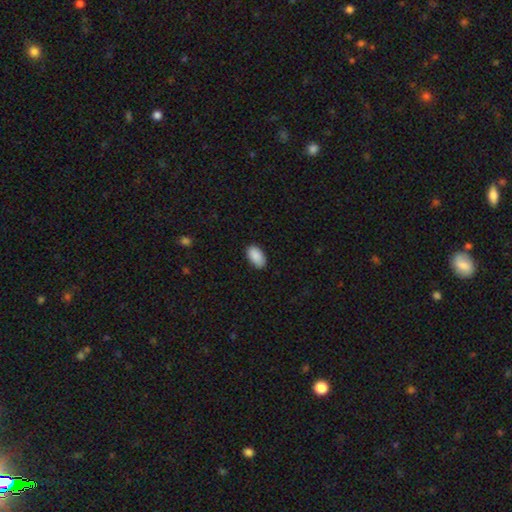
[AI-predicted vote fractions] smooth-or-featured: smooth: 90% | star or artifact: 7% | featured or disk: 3%
  how-rounded: in between: 95% | round: 4% | cigar-shaped: 1%
  merging: none: 86% | minor disturbance: 11% | major disturbance: 2% | merger: 1%